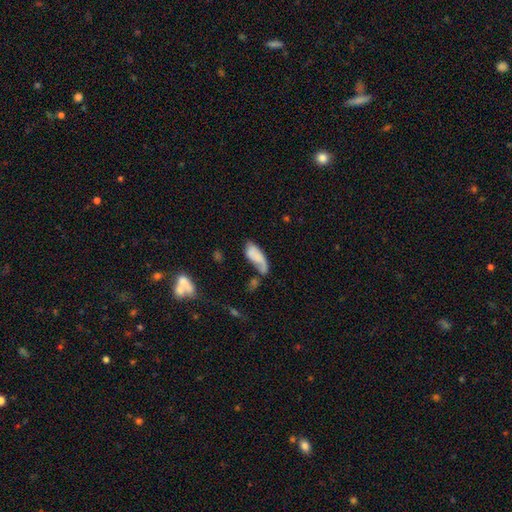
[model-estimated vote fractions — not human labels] A smooth galaxy with no disk features (63%) that is in between round and cigar-shaped (82%).

Vote fractions:
- Smooth or featured? smooth: 63% / featured or disk: 29% / star or artifact: 8%
- How rounded? in between: 82% / cigar-shaped: 15% / round: 3%
- Merging? none: 29% / major disturbance: 28% / minor disturbance: 24% / merger: 19%